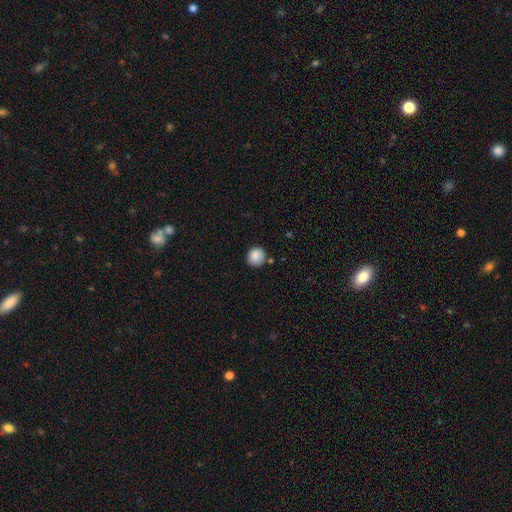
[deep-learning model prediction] Smooth or featured? Predicted: smooth (p=0.88). How rounded? Predicted: round (p=0.89). Merging? Predicted: none (p=0.83).